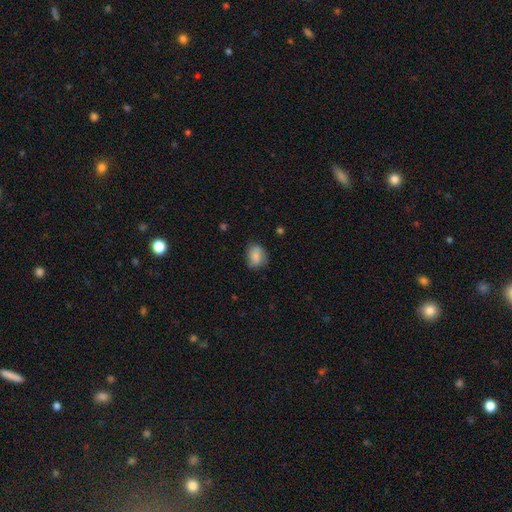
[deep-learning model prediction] Q: Smooth or featured?
A: smooth (78%); runner-up: featured or disk (15%)
Q: How rounded?
A: in between (63%); runner-up: round (36%)
Q: Merging?
A: none (69%); runner-up: minor disturbance (24%)